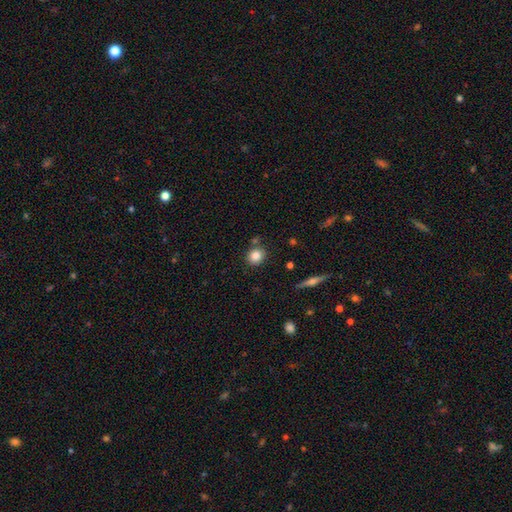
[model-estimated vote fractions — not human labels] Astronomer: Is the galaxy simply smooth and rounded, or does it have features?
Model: smooth — 83%.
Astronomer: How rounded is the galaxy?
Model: round — 81%.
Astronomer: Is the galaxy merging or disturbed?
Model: none — 81%.